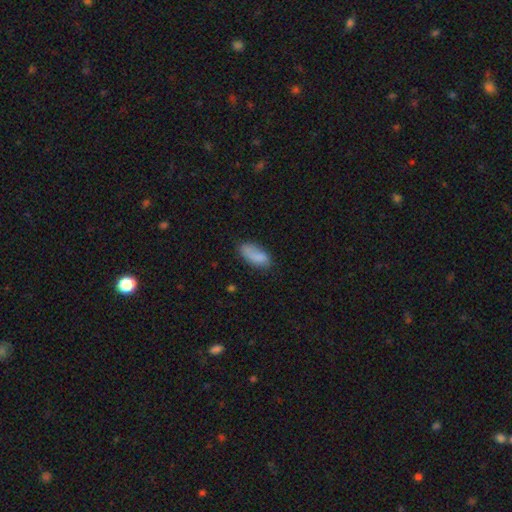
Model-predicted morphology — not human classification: smooth 83%, featured or disk 9%, star or artifact 7%. Down the decision tree: how rounded — in between (87%); merging — none (66%).